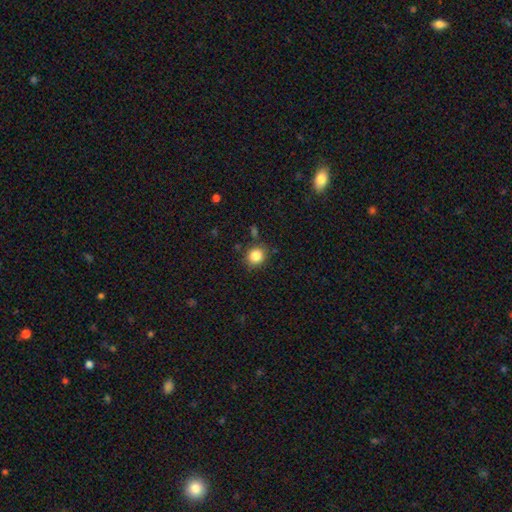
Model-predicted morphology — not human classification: This appears to be a smooth galaxy with no disk features (85%) that is round (85%). Merging: none (83%).